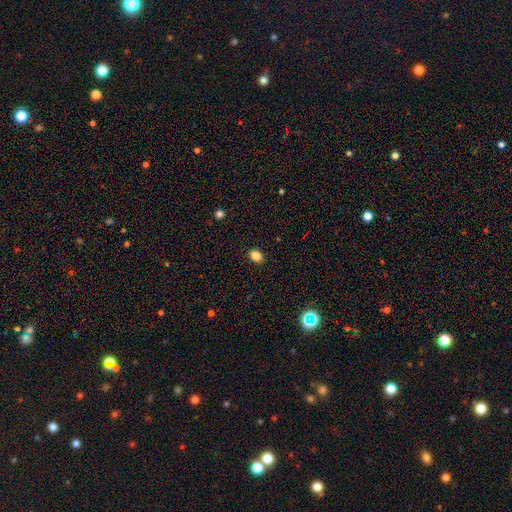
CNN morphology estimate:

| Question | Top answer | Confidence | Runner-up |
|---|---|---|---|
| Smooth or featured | smooth | 85% | star or artifact (11%) |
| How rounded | in between | 65% | round (34%) |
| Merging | none | 90% | minor disturbance (7%) |